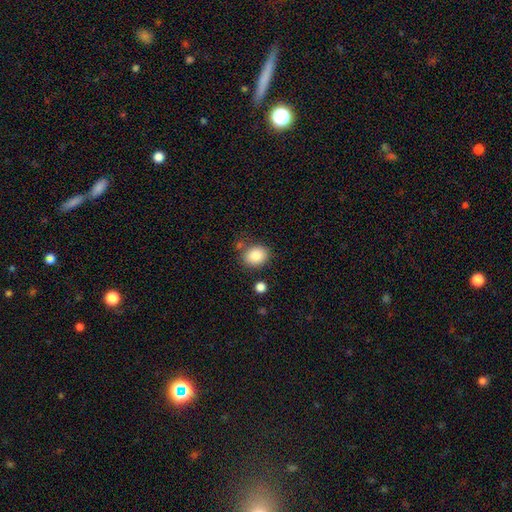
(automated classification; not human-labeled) This appears to be a smooth galaxy with no disk features (86%) that is round (51%). Merging: none (76%).